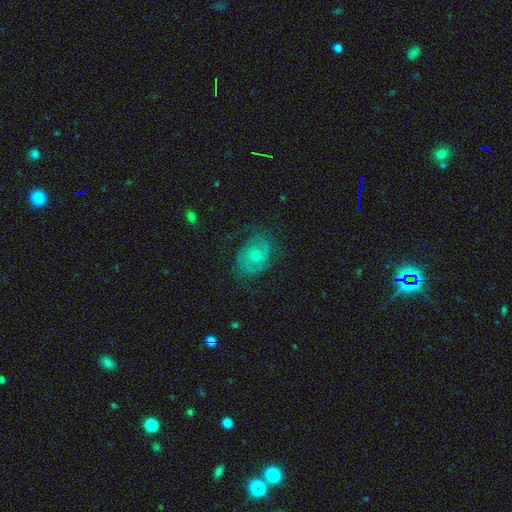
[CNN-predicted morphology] This appears to be a featured or disk galaxy (71%) with no bar (75%), 2 (62%) tight (53%) spiral arms (86%) and a small central bulge (55%). Merging: none (73%).